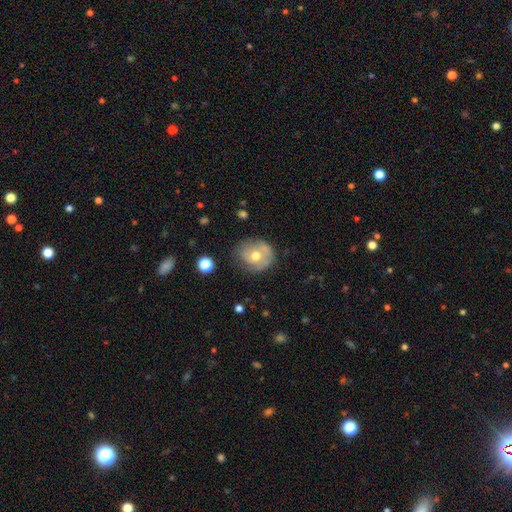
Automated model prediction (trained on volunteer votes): This is possibly a smooth galaxy (48%). Merging: likely none (60%).